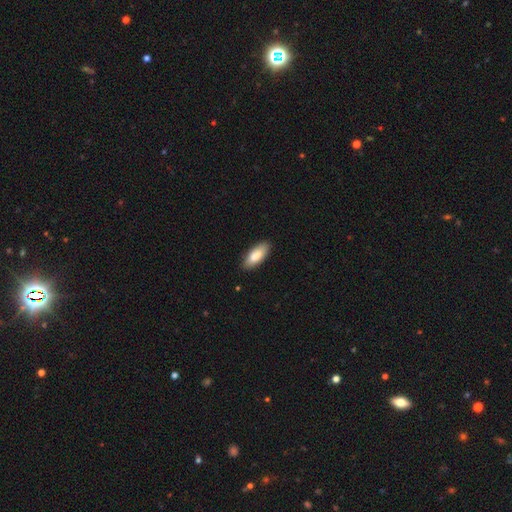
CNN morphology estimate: Overall: smooth (85%). How rounded: in between (81%). Merging: none (87%).